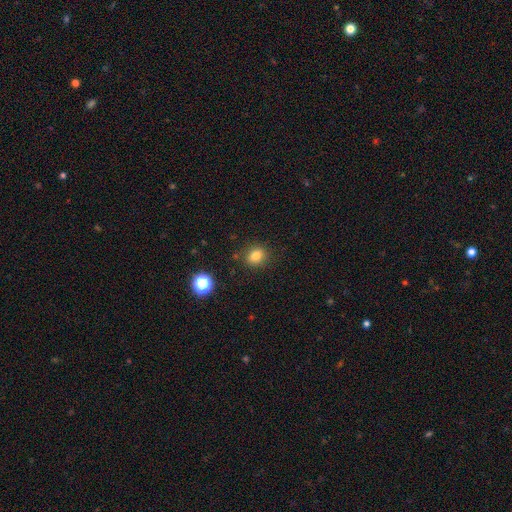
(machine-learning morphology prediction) The model was most divided on "how rounded": round: 58%, in between: 41%, cigar-shaped: 1%. More confident: merging — none (85%); smooth or featured — smooth (80%).